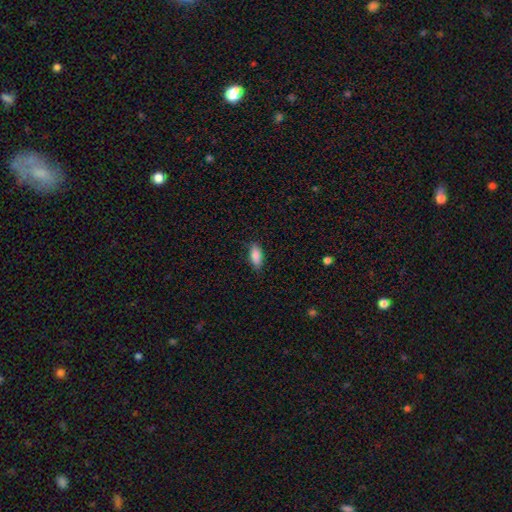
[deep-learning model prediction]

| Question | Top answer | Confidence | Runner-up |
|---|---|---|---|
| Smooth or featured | smooth | 88% | star or artifact (7%) |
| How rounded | in between | 81% | cigar-shaped (17%) |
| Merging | none | 84% | minor disturbance (13%) |